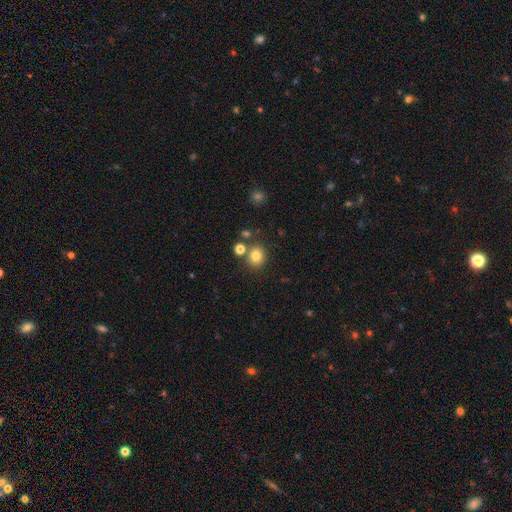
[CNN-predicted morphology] This is clearly a smooth galaxy (80%). How rounded: likely round (76%). Merging: likely none (76%).